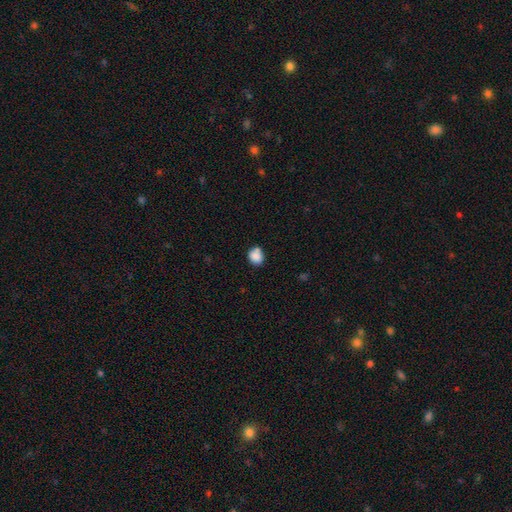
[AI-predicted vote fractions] Morphology: type=smooth (85%); roundness=round (68%); merging=none (62%).